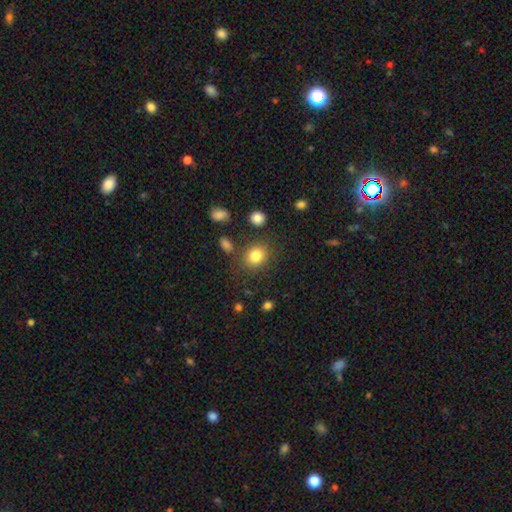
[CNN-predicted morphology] A smooth galaxy with no disk features (82%) that is round (60%).

Vote fractions:
- Smooth or featured? smooth: 82% / star or artifact: 11% / featured or disk: 7%
- How rounded? round: 60% / in between: 39% / cigar-shaped: 1%
- Merging? none: 80% / minor disturbance: 11% / merger: 4% / major disturbance: 4%